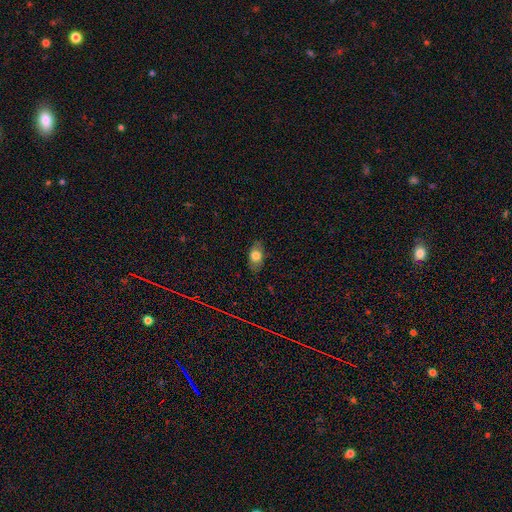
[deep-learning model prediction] Q: Smooth or featured?
A: smooth (76%); runner-up: featured or disk (15%)
Q: How rounded?
A: in between (85%); runner-up: round (11%)
Q: Merging?
A: none (80%); runner-up: minor disturbance (15%)